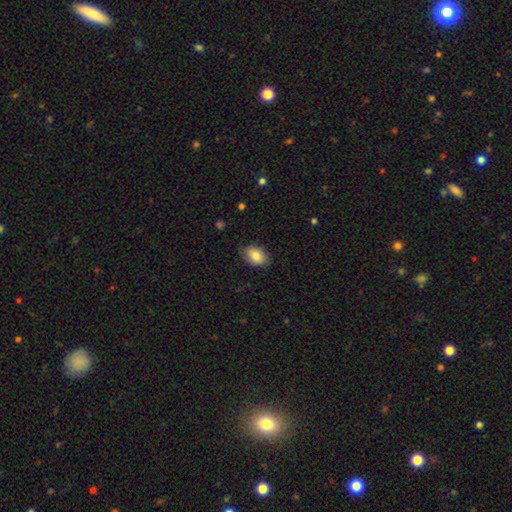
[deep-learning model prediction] A smooth galaxy with no disk features (81%) that is in between round and cigar-shaped (85%). Merging: none (79%).